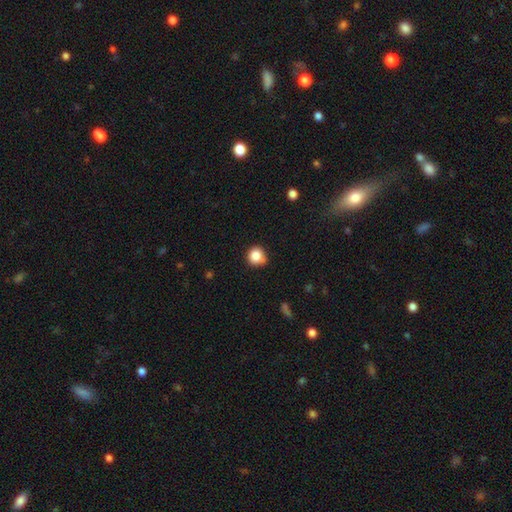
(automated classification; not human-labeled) Smooth or featured? smooth (85%)
How rounded? round (90%)
Merging? none (71%)